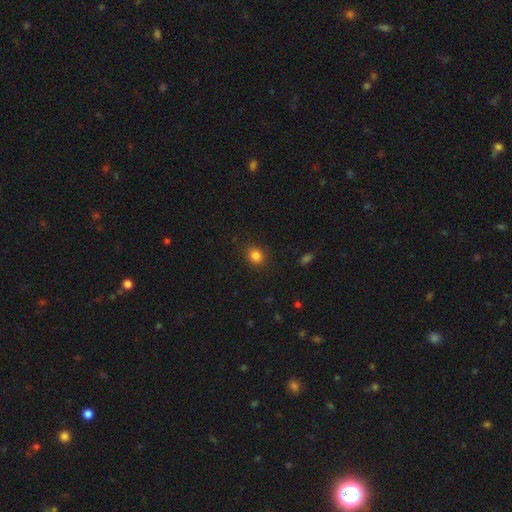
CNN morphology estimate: smooth-or-featured: smooth: 84% | star or artifact: 12% | featured or disk: 4%
  how-rounded: round: 74% | in between: 25% | cigar-shaped: 1%
  merging: none: 88% | minor disturbance: 9% | major disturbance: 3% | merger: 1%